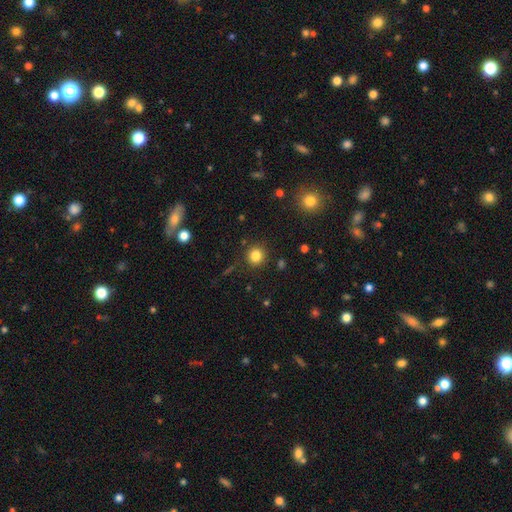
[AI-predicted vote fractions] Smooth or featured? smooth (83%)
How rounded? round (93%)
Merging? none (90%)